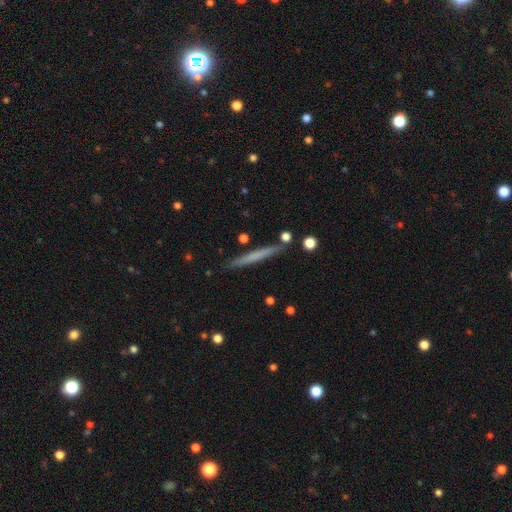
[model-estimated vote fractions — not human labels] Smooth or featured? smooth (58%)
How rounded? cigar-shaped (97%)
Merging? none (88%)